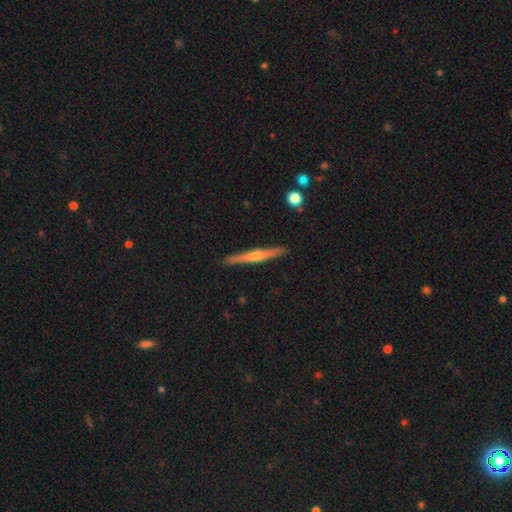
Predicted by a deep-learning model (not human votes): smooth_or_featured: featured or disk (p=0.67) [alt: smooth p=0.26]
disk_edge_on: yes (p=0.98) [alt: no p=0.02]
edge_on_bulge: rounded (p=0.80) [alt: none p=0.15]
merging: none (p=0.92) [alt: minor disturbance p=0.06]